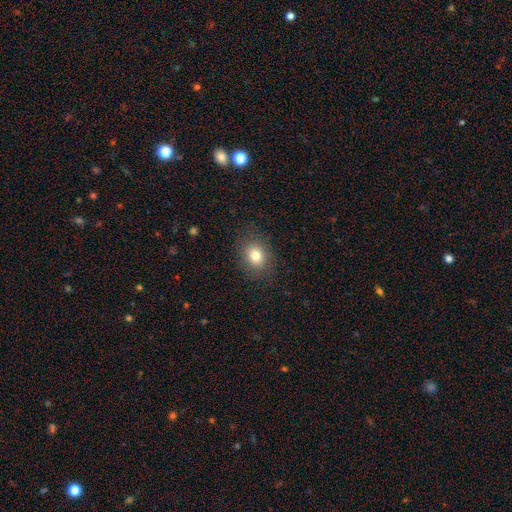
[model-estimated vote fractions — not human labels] A smooth galaxy with no disk features (80%) that is round (50%).

Vote fractions:
- Smooth or featured? smooth: 80% / star or artifact: 11% / featured or disk: 9%
- How rounded? round: 50% / in between: 49% / cigar-shaped: 1%
- Merging? none: 85% / minor disturbance: 10% / major disturbance: 4% / merger: 1%